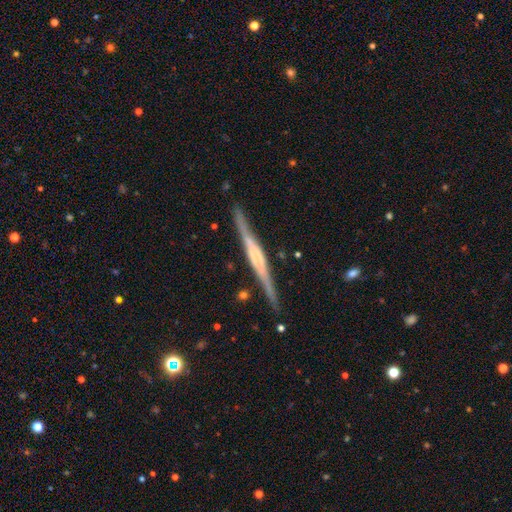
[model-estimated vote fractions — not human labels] The model was most divided on "edge-on bulge": boxy: 58%, rounded: 29%, none: 13%. More confident: edge-on disk — yes (98%); merging — none (87%); smooth or featured — featured or disk (83%).